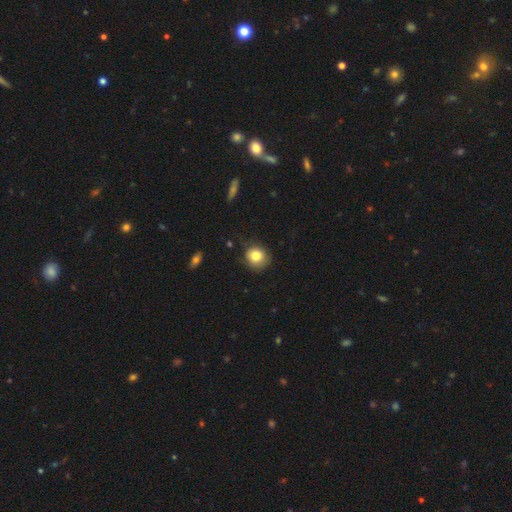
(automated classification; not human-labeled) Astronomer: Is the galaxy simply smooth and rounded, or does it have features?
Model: smooth — 81%.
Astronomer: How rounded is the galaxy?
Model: round — 84%.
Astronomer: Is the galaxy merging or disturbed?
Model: none — 74%.